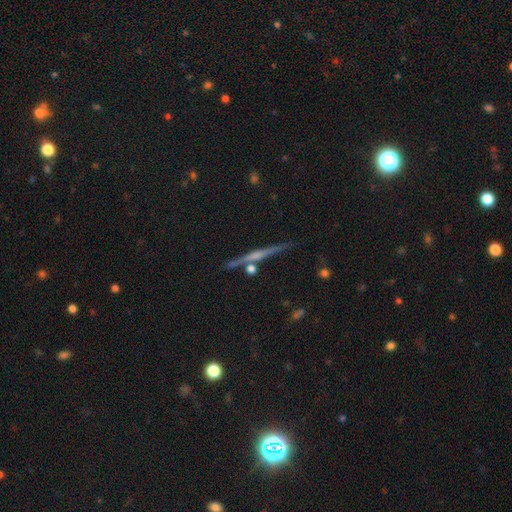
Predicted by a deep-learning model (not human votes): This is likely a featured or disk galaxy (61%). It is clearly viewed edge-on (93%). Edge-on bulge: possibly rounded (60%). Merging: likely none (79%).